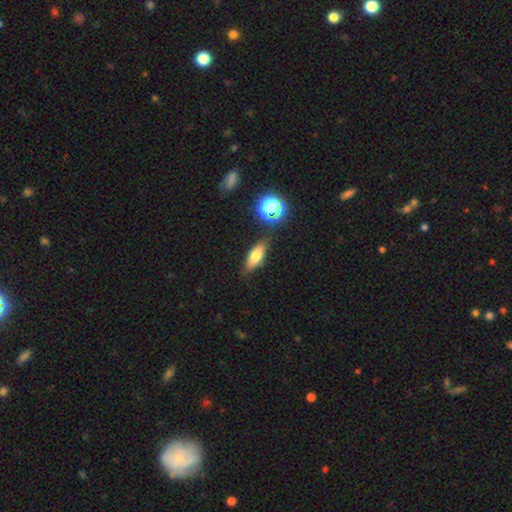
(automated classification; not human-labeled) This is likely a smooth galaxy (69%). How rounded: likely in between (69%). Merging: likely none (78%).